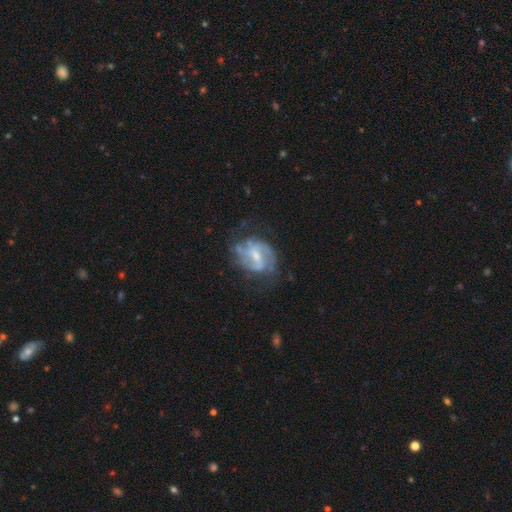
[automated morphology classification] Overall: featured or disk (83%). Edge-on disk: no (97%). Bar: weak (55%; strong 25%). Spiral arms: yes (92%). Spiral arm count: 2 (71%). Spiral winding: medium (50%; tight 26%). Bulge size: small (46%; moderate 42%). Merging: none (59%; minor disturbance 22%).